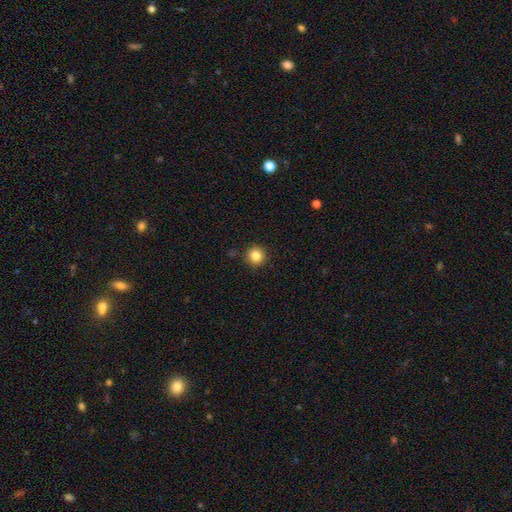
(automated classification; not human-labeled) smooth 84%, star or artifact 11%, featured or disk 5%. Down the decision tree: how rounded — round (93%); merging — none (91%).